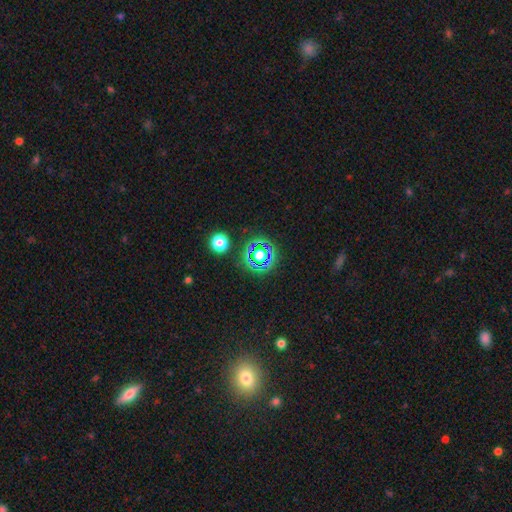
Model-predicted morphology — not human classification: Overall: star or artifact (68%).